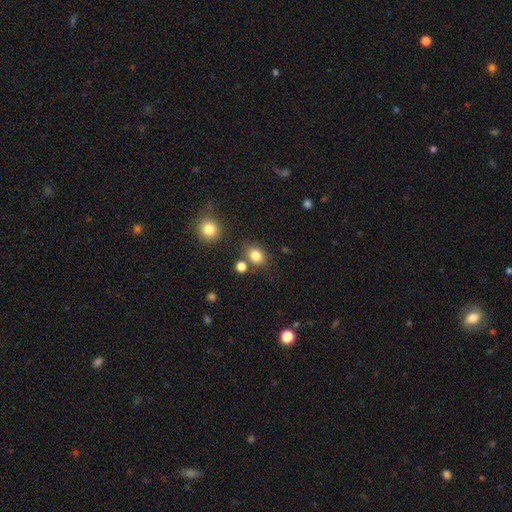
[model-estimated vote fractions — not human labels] This appears to be a smooth galaxy with no disk features (82%) that is round (52%). Merging: none (74%).